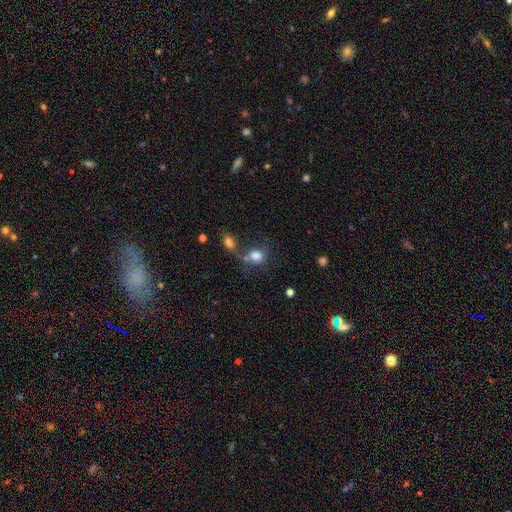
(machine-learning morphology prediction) smooth_or_featured: smooth (p=0.81) [alt: star or artifact p=0.11]
how_rounded: round (p=0.58) [alt: in between p=0.40]
merging: none (p=0.43) [alt: merger p=0.34]